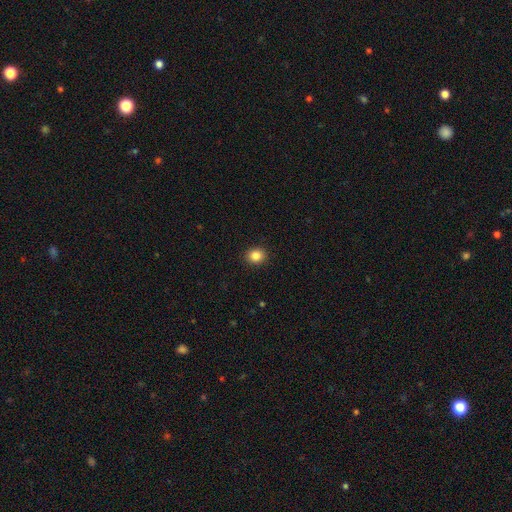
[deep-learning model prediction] This is clearly a smooth galaxy (86%). How rounded: likely round (69%). Merging: clearly none (91%).